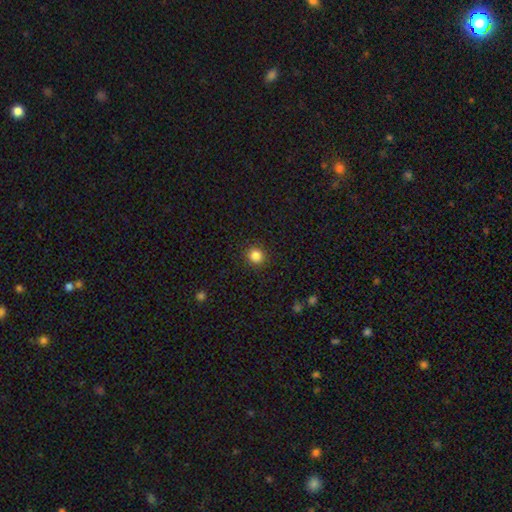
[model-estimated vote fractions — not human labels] This appears to be a smooth galaxy with no disk features (86%) that is round (91%). Merging: none (91%).